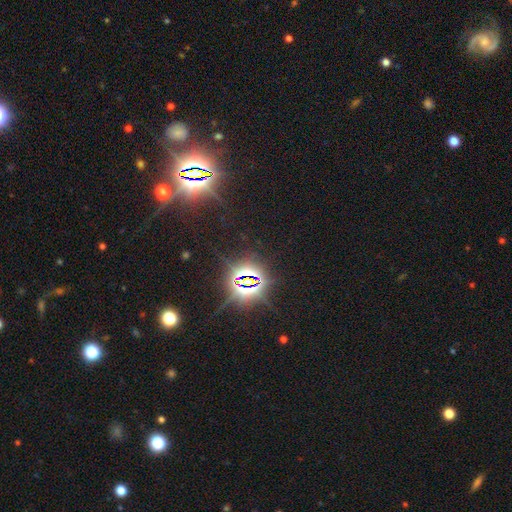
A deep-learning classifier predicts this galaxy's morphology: Q: Smooth or featured?
A: star or artifact (83%); runner-up: smooth (9%)